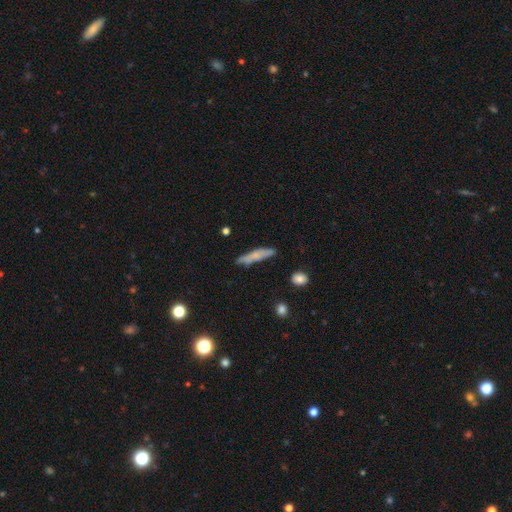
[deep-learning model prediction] Overall: smooth (64%; featured or disk 29%). How rounded: cigar-shaped (87%). Merging: none (73%).